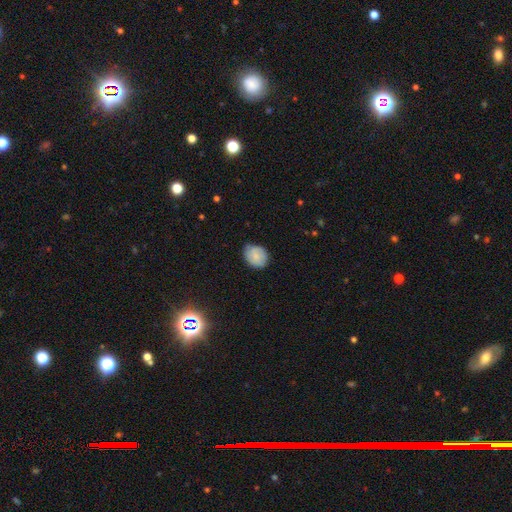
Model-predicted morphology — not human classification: Q: Smooth or featured?
A: smooth (75%); runner-up: featured or disk (17%)
Q: How rounded?
A: in between (50%); runner-up: round (49%)
Q: Merging?
A: none (72%); runner-up: minor disturbance (24%)